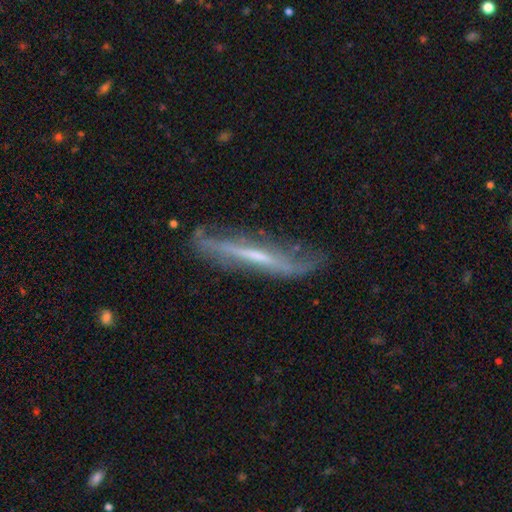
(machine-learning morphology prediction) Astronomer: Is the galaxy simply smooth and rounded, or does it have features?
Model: featured or disk — 68%.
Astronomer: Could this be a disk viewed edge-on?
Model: yes — 72%.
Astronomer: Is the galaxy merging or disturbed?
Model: none — 61%.